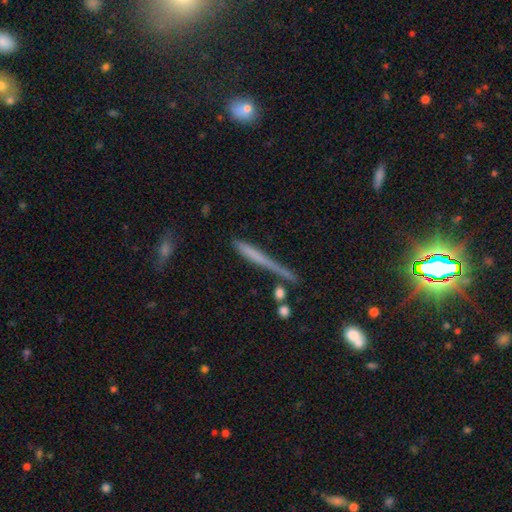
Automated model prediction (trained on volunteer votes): Smooth or featured? smooth (54%)
How rounded? cigar-shaped (95%)
Merging? none (64%)